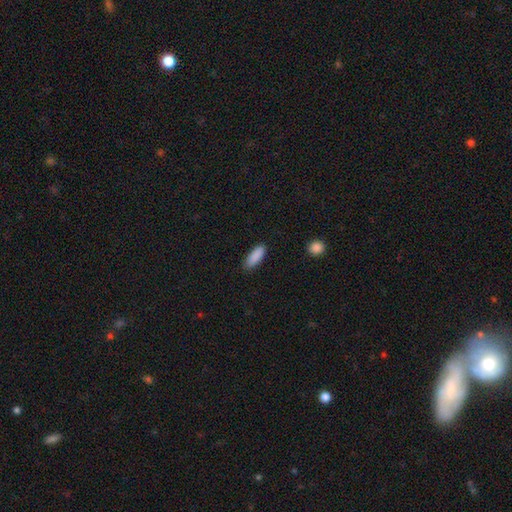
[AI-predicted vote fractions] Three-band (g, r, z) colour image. It shows a smooth galaxy with no disk features (90%) that is in between round and cigar-shaped (64%). Merging: none (86%).